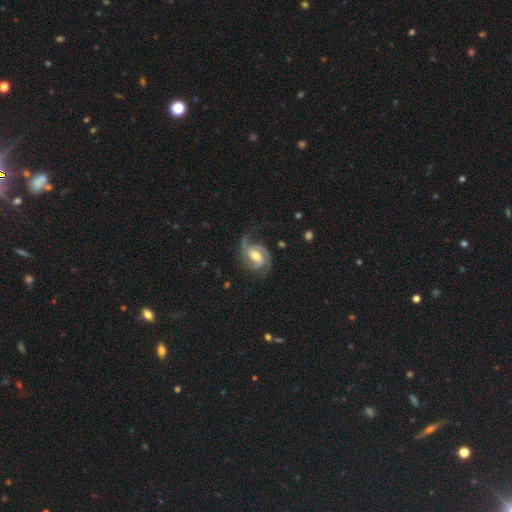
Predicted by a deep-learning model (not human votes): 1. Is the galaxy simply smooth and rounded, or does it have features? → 88% featured or disk, 7% smooth, 5% star or artifact.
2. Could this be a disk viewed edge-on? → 98% no, 2% yes.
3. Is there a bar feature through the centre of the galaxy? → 48% weak, 32% no, 20% strong.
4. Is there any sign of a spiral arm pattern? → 97% yes, 3% no.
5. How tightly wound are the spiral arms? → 48% medium, 37% tight, 15% loose.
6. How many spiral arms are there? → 69% 2, 16% 3, 6% can't tell, 3% 1, 3% 4, 2% more than 4.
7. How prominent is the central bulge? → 59% moderate, 25% small, 11% large, 3% none, 1% dominant.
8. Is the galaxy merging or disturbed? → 67% none, 18% minor disturbance, 13% major disturbance, 2% merger.